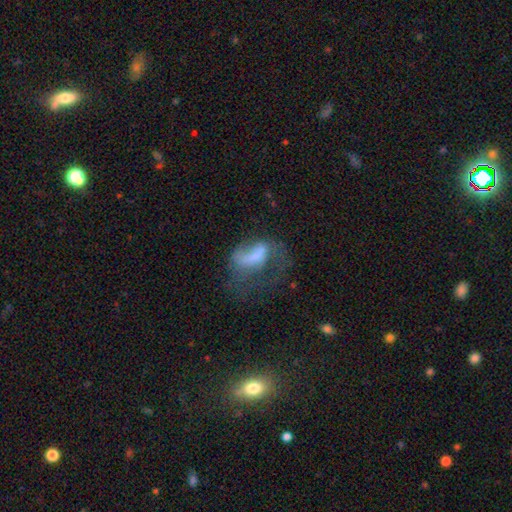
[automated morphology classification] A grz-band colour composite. It shows a featured or disk galaxy (44%, tied with smooth). Merging: major disturbance (57%).